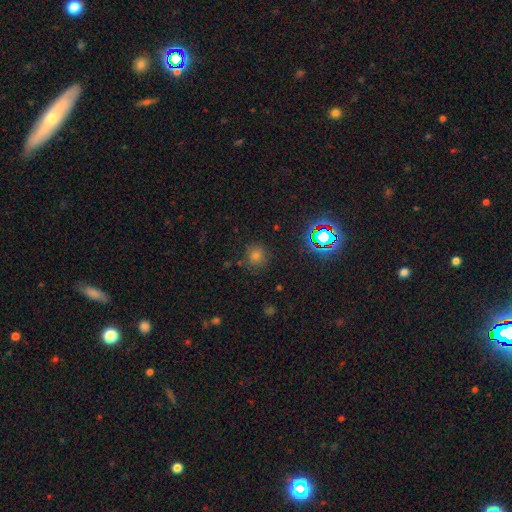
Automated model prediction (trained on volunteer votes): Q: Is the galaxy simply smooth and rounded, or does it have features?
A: smooth — 64%.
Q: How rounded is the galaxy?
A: round — 90%.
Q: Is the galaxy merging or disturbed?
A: none — 84%.